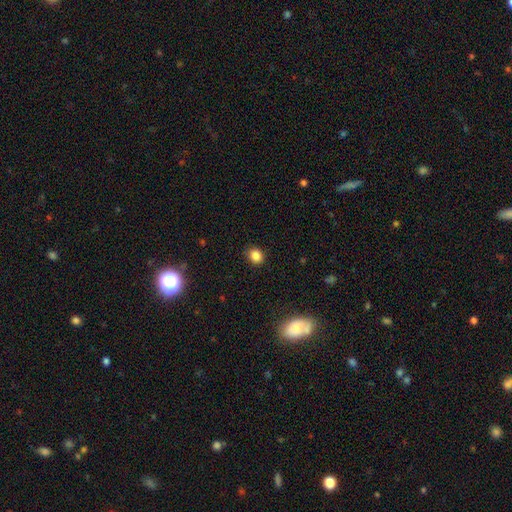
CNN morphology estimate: This is clearly a smooth galaxy (84%). How rounded: likely round (68%). Merging: clearly none (87%).